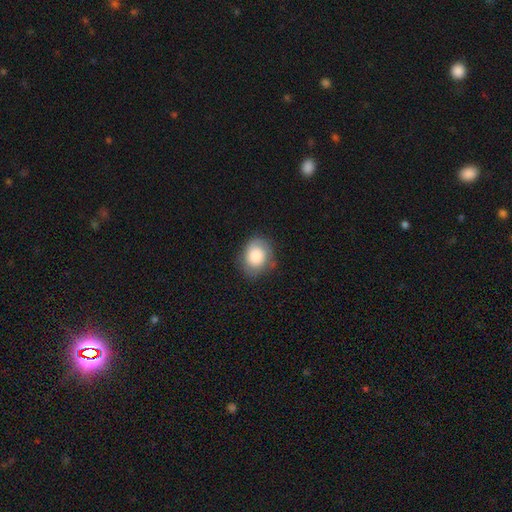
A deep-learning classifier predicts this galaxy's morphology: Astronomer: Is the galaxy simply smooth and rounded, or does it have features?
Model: smooth — 74%.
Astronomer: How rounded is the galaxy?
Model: round — 57% (runner-up: in between, 43%).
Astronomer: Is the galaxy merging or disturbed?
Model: none — 72%.